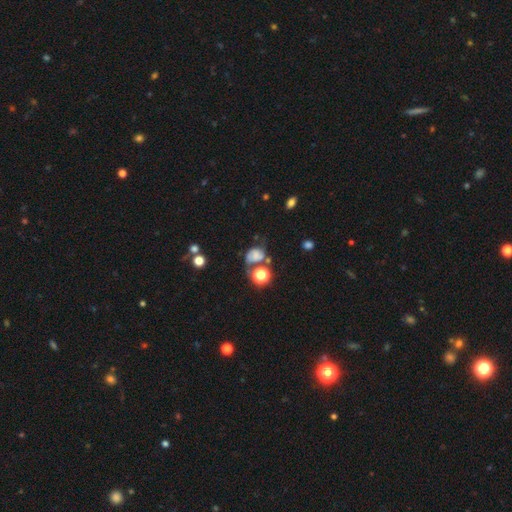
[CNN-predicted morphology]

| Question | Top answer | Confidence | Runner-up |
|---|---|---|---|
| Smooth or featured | smooth | 52% | featured or disk (30%) |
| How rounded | round | 54% | in between (45%) |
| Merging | none | 38% | minor disturbance (23%) |